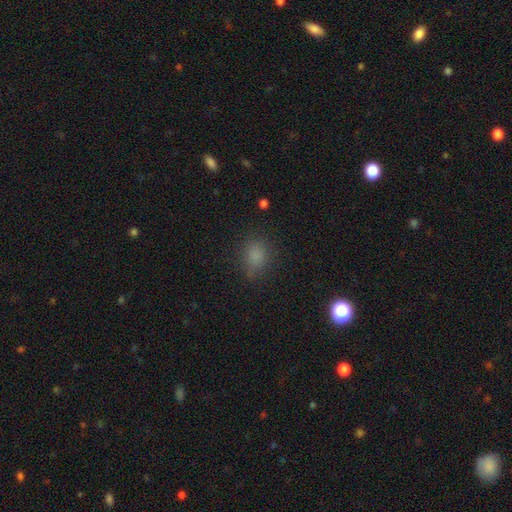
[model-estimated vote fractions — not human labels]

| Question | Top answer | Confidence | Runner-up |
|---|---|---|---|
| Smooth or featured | smooth | 79% | star or artifact (15%) |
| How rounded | round | 50% | in between (48%) |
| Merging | none | 78% | minor disturbance (15%) |